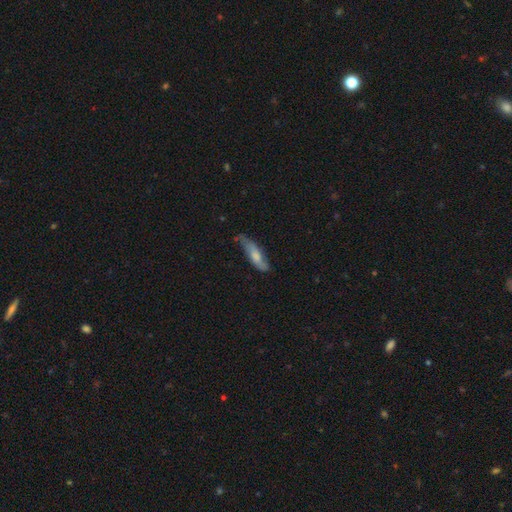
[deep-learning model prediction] Smooth or featured? smooth (58%)
How rounded? cigar-shaped (62%)
Merging? none (55%)